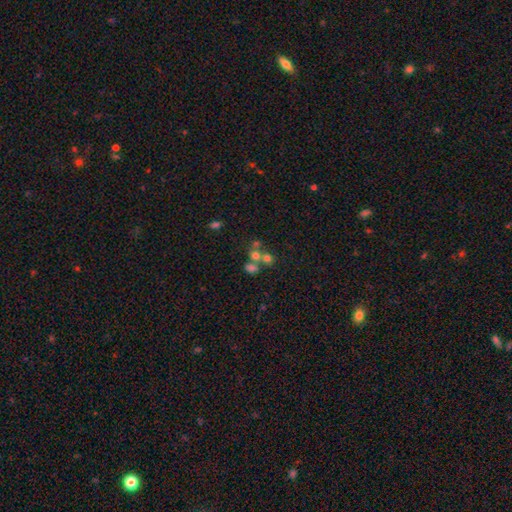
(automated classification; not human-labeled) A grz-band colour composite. It shows a smooth galaxy with no disk features (59%) that is round (72%). Merging: merger (47%).